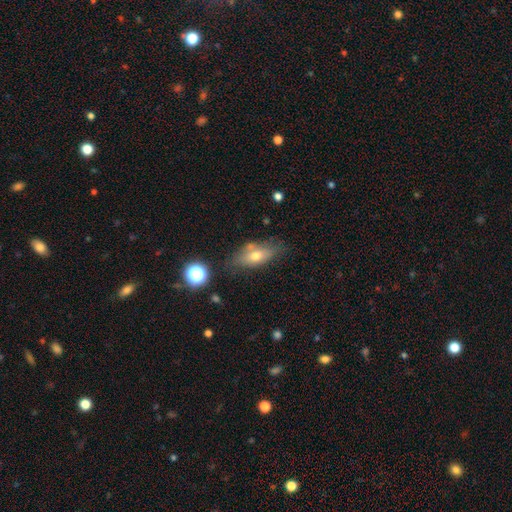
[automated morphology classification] Smooth or featured? smooth (65%)
How rounded? in between (80%)
Merging? none (63%)